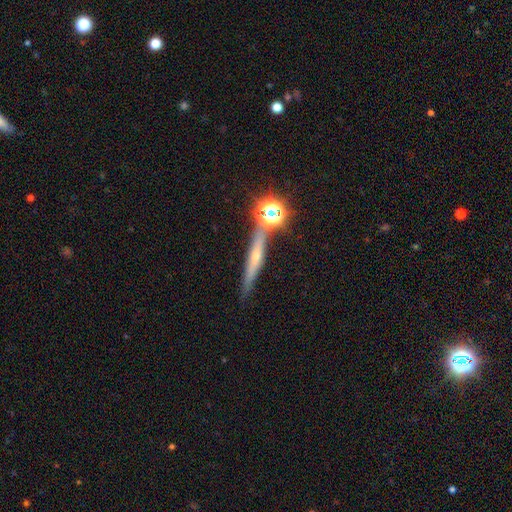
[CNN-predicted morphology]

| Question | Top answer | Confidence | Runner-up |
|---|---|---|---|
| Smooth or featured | featured or disk | 49% | smooth (32%) |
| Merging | none | 75% | minor disturbance (11%) |